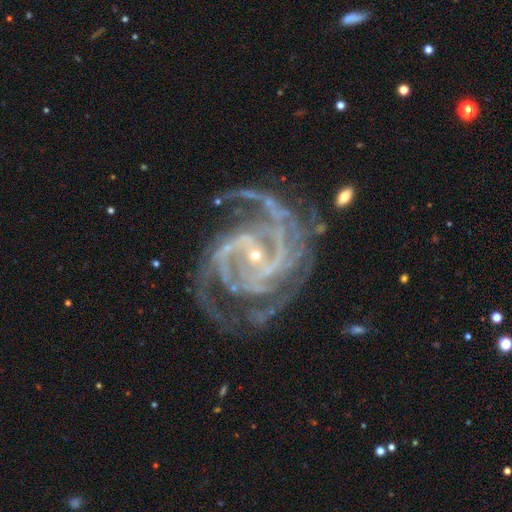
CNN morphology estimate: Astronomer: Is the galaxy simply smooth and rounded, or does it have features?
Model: featured or disk — 93%.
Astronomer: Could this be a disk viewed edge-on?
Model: no — 98%.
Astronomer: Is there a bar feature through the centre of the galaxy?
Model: weak — 35% (runner-up: strong, 34%).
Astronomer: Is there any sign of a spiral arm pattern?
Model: yes — 98%.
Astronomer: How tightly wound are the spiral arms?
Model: tight — 48% (runner-up: medium, 44%).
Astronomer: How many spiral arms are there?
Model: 2 — 27% (runner-up: 3, 26%).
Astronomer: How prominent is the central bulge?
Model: small — 85%.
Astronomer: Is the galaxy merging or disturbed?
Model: none — 63%.